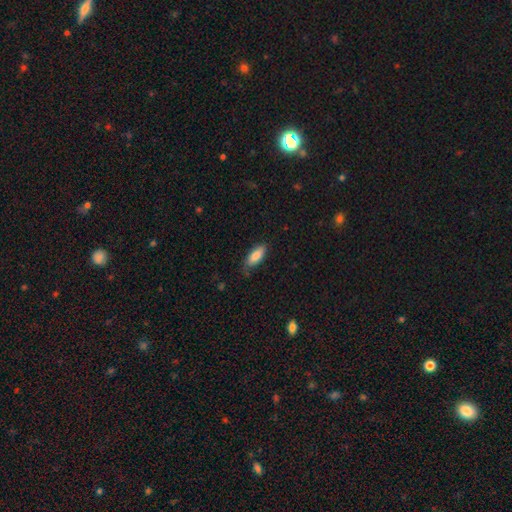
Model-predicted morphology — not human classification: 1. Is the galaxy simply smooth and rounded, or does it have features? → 81% smooth, 12% featured or disk, 6% star or artifact.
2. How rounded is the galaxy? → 77% in between, 21% cigar-shaped, 2% round.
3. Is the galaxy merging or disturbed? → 68% none, 26% minor disturbance, 5% major disturbance, 2% merger.